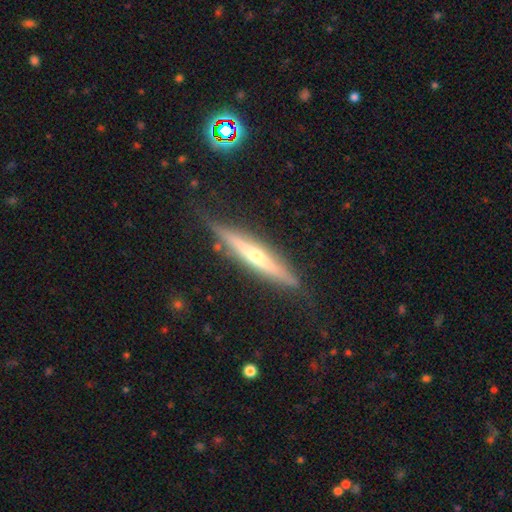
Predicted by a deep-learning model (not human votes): The model was most divided on "smooth or featured": featured or disk: 71%, smooth: 22%, star or artifact: 7%. More confident: edge-on disk — yes (94%); merging — none (79%); edge-on bulge — rounded (74%).